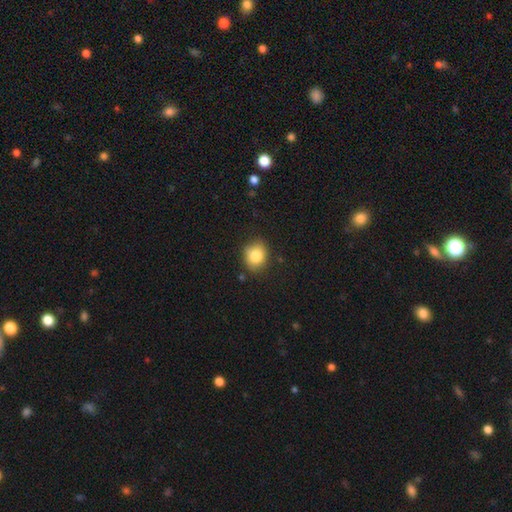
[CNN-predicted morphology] type=smooth (82%); roundness=round (66%); merging=none (80%).